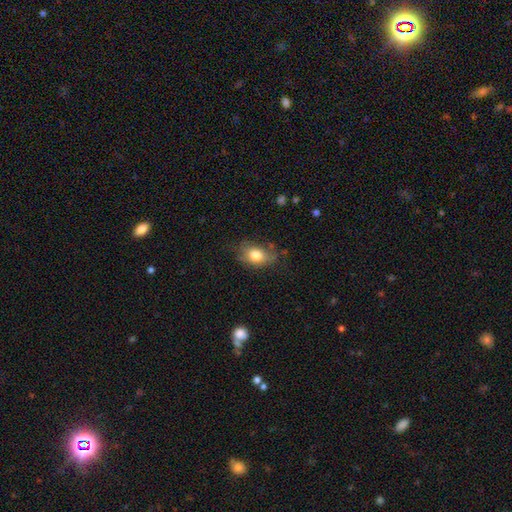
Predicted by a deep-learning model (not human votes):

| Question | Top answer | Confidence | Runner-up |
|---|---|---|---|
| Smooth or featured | smooth | 78% | featured or disk (13%) |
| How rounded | in between | 78% | round (20%) |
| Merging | none | 61% | minor disturbance (27%) |